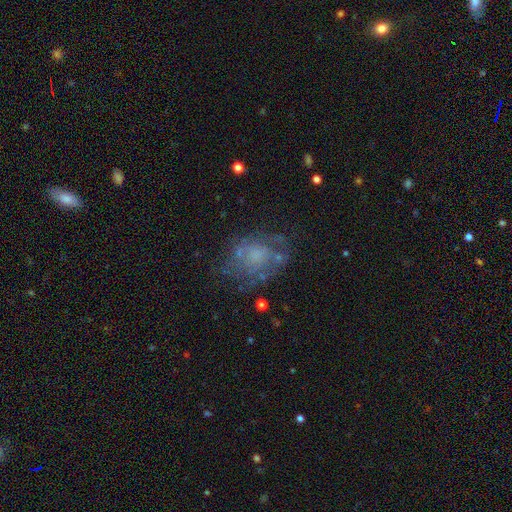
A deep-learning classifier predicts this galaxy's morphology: smooth-or-featured: featured or disk: 50% | smooth: 36% | star or artifact: 14%
  disk-edge-on: no: 97% | yes: 3%
  merging: none: 54% | minor disturbance: 22% | major disturbance: 20% | merger: 4%